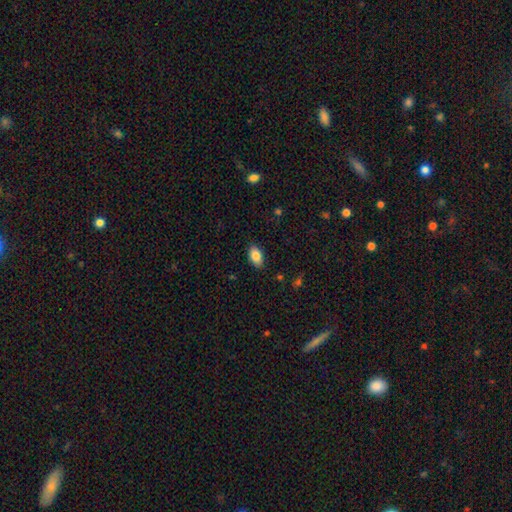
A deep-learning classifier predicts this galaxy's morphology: type=smooth (85%); roundness=in between (92%); merging=none (87%).